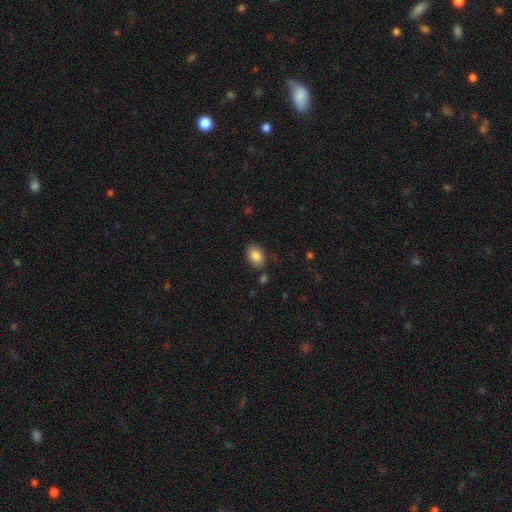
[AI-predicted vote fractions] This is clearly a smooth galaxy (86%). How rounded: clearly in between (83%). Merging: likely none (79%).